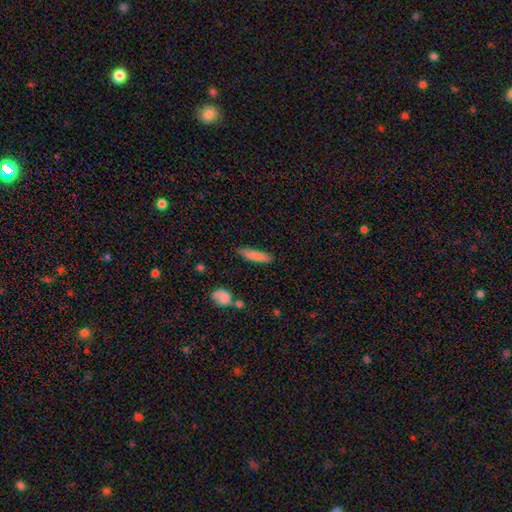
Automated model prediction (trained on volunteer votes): This appears to be a smooth galaxy with no disk features (82%) that is cigar-shaped (82%). Merging: none (83%).